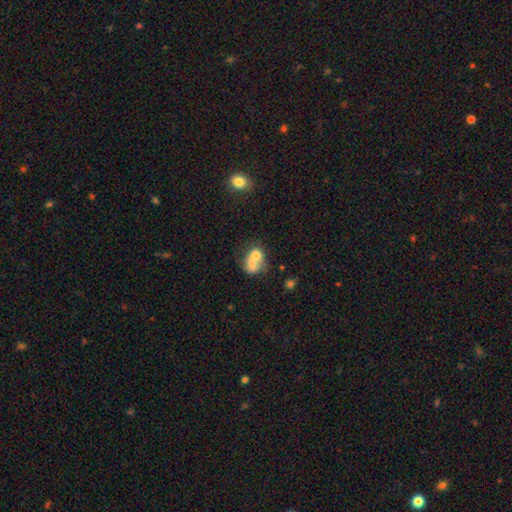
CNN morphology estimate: Smooth or featured?
  - smooth: 66% *
  - featured or disk: 24%
  - star or artifact: 9%
How rounded?
  - in between: 51% *
  - round: 47%
  - cigar-shaped: 1%
Merging?
  - merger: 72% *
  - none: 17%
  - minor disturbance: 7%
  - major disturbance: 5%